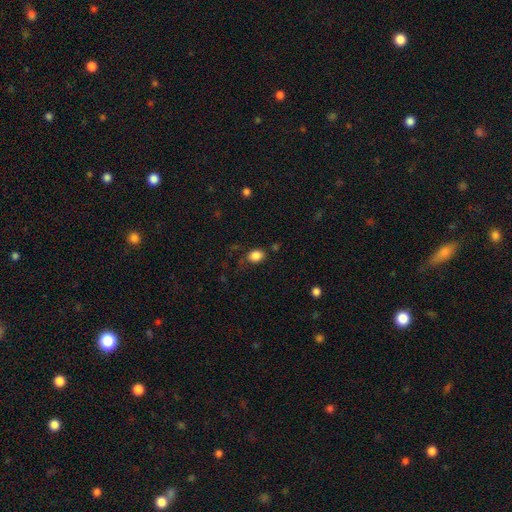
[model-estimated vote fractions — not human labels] This is clearly a smooth galaxy (86%). How rounded: likely in between (62%). Merging: likely none (71%).